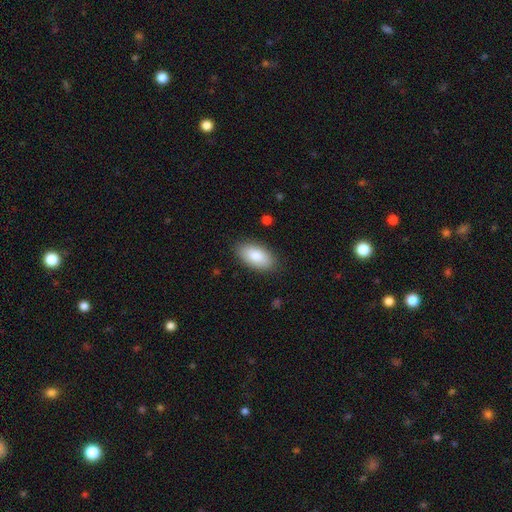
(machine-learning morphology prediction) Overall: smooth (84%). How rounded: in between (94%). Merging: none (86%).